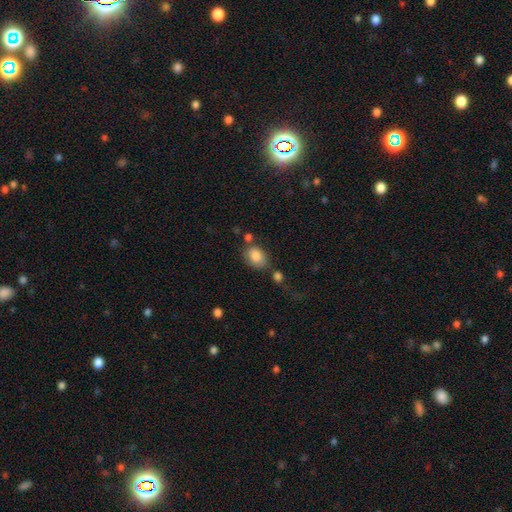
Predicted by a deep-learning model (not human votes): Smooth or featured? smooth (85%)
How rounded? in between (70%)
Merging? none (58%)